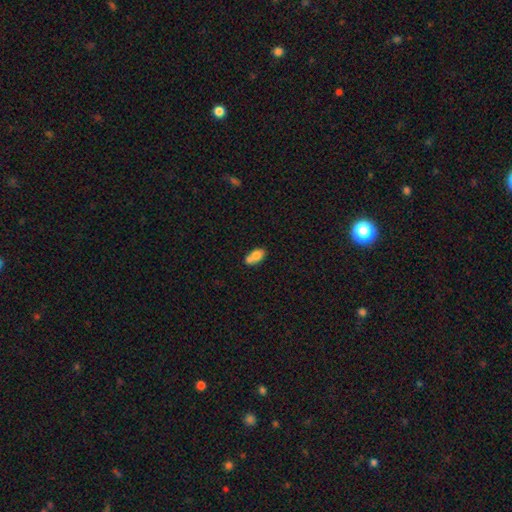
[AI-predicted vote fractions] smooth 74%, featured or disk 17%, star or artifact 9%. Down the decision tree: how rounded — in between (85%); merging — merger (44%).